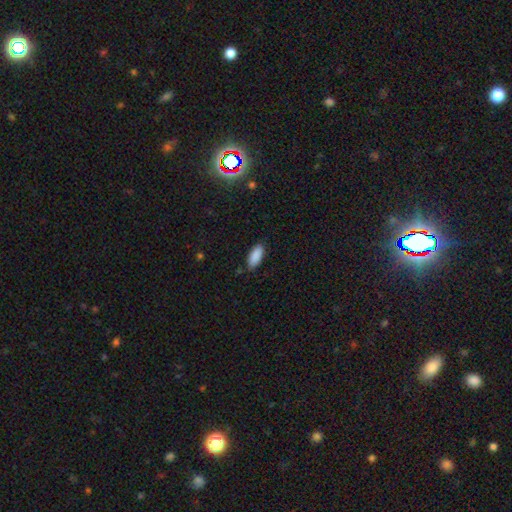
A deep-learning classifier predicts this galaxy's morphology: This appears to be a smooth galaxy with no disk features (90%) that is in between round and cigar-shaped (85%). Merging: none (83%).